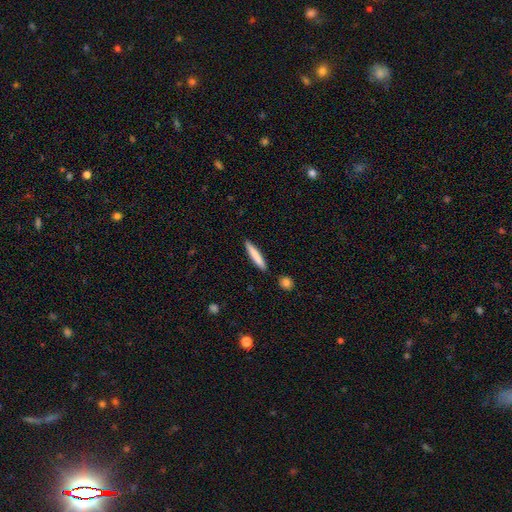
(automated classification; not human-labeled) A smooth galaxy with no disk features (79%) that is cigar-shaped (93%). Merging: none (90%).